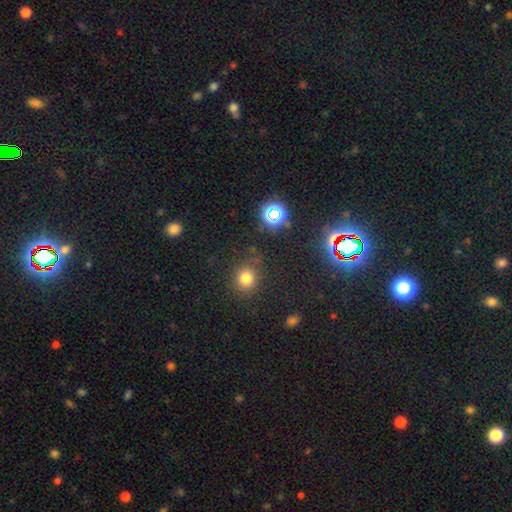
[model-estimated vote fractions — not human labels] A star or artifact, not a galaxy (48%).

Vote fractions:
- Smooth or featured? star or artifact: 48% / smooth: 45% / featured or disk: 6%